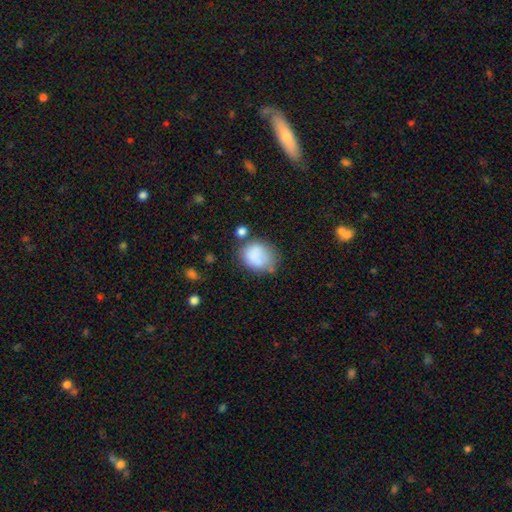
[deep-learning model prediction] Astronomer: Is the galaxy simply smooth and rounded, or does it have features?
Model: smooth — 79%.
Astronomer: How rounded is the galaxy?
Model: round — 55% (runner-up: in between, 44%).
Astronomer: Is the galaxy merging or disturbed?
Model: none — 48% (runner-up: minor disturbance, 26%).